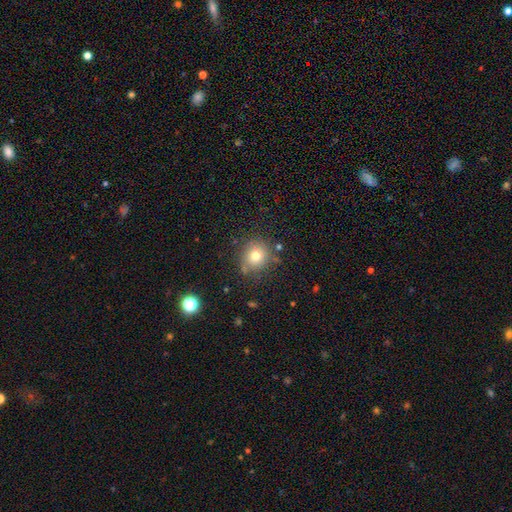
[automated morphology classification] Smooth or featured?
  - smooth: 74% *
  - star or artifact: 14%
  - featured or disk: 12%
How rounded?
  - round: 85% *
  - in between: 14%
  - cigar-shaped: 1%
Merging?
  - none: 76% *
  - minor disturbance: 15%
  - merger: 5%
  - major disturbance: 4%